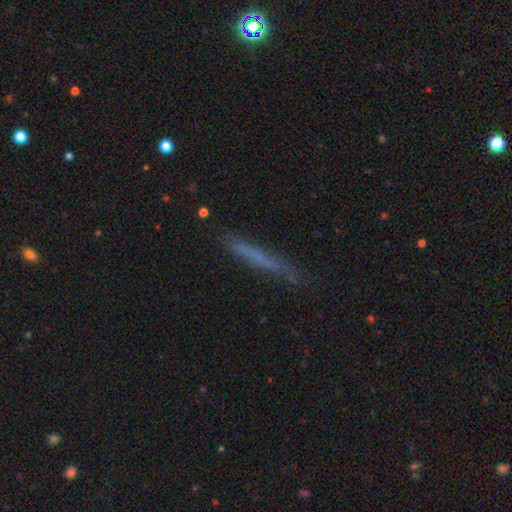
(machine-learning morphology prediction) smooth_or_featured: smooth (p=0.54) [alt: featured or disk p=0.37]
how_rounded: cigar-shaped (p=0.95) [alt: in between p=0.03]
merging: none (p=0.80) [alt: minor disturbance p=0.15]